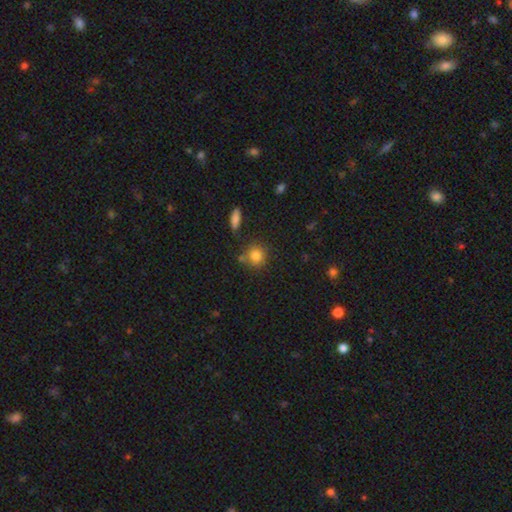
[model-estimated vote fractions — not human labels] A smooth galaxy with no disk features (83%) that is round (86%). Merging: none (73%).